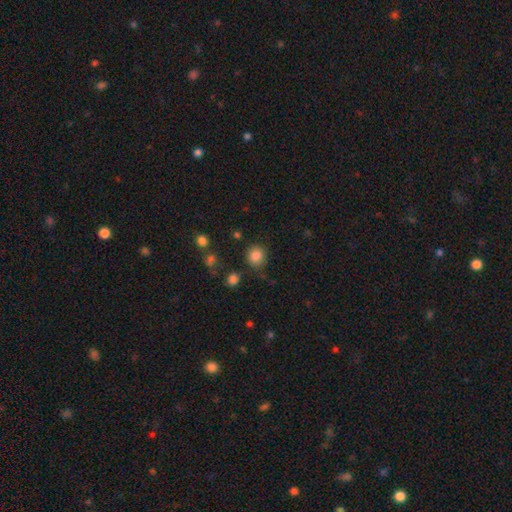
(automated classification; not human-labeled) The model was most divided on "merging": none: 81%, minor disturbance: 12%, major disturbance: 4%, merger: 4%. More confident: smooth or featured — smooth (84%); how rounded — round (84%).